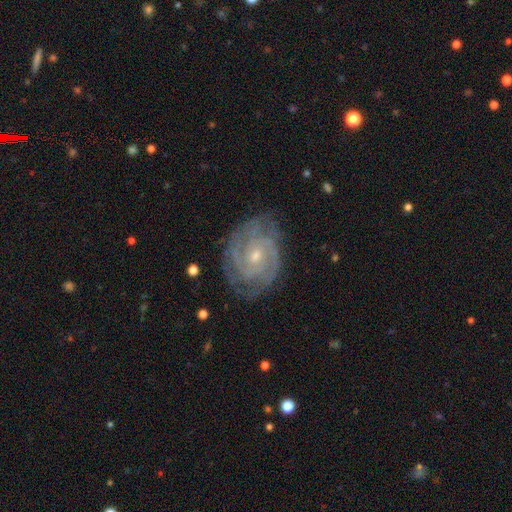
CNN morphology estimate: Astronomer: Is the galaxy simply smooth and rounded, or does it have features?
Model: featured or disk — 88%.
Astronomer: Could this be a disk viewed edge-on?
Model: no — 97%.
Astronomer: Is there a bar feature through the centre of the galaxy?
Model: no — 66%.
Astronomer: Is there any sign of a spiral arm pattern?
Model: yes — 97%.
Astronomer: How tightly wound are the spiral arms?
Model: tight — 71%.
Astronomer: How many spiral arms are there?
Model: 2 — 33% (runner-up: 3, 25%).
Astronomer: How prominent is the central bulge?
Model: small — 64%.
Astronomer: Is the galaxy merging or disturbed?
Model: none — 79%.